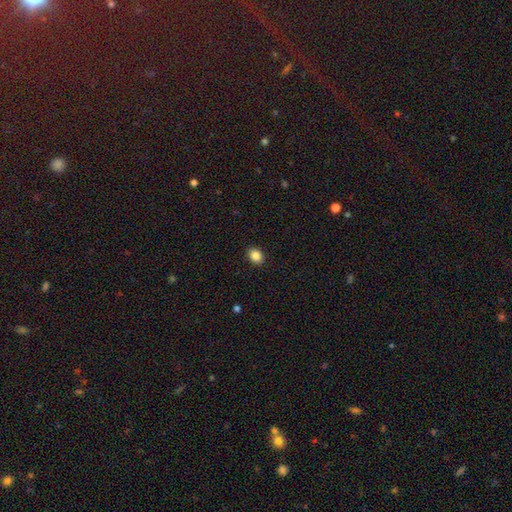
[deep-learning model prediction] A smooth galaxy with no disk features (86%) that is in between round and cigar-shaped (66%).

Vote fractions:
- Smooth or featured? smooth: 86% / star or artifact: 9% / featured or disk: 5%
- How rounded? in between: 66% / round: 33% / cigar-shaped: 1%
- Merging? none: 91% / minor disturbance: 7% / major disturbance: 2% / merger: 1%